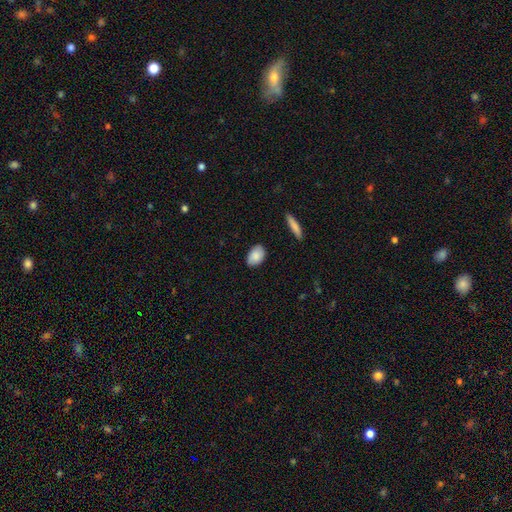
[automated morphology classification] A smooth galaxy with no disk features (86%) that is in between round and cigar-shaped (90%). Merging: none (83%).